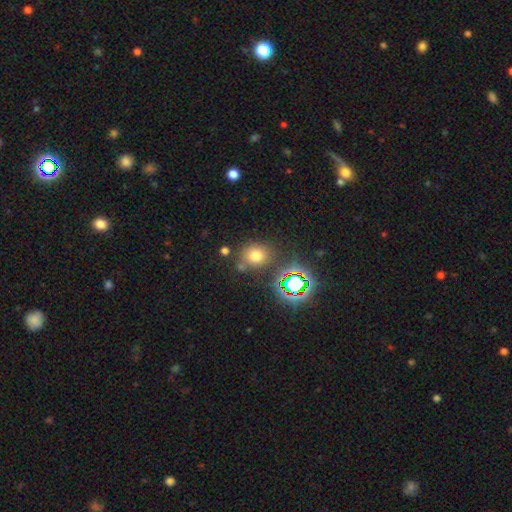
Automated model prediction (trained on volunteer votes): Smooth or featured?
  - smooth: 68% *
  - star or artifact: 23%
  - featured or disk: 9%
How rounded?
  - round: 64% *
  - in between: 34%
  - cigar-shaped: 1%
Merging?
  - none: 74% *
  - minor disturbance: 13%
  - merger: 8%
  - major disturbance: 5%